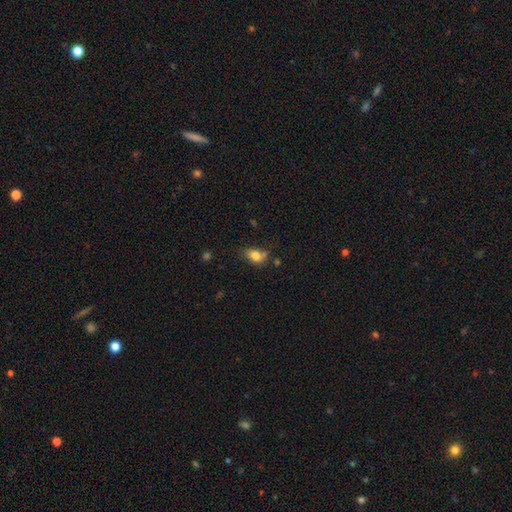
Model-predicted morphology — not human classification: Smooth or featured? Predicted: smooth (p=0.79). How rounded? Predicted: in between (p=0.79). Merging? Predicted: none (p=0.53).